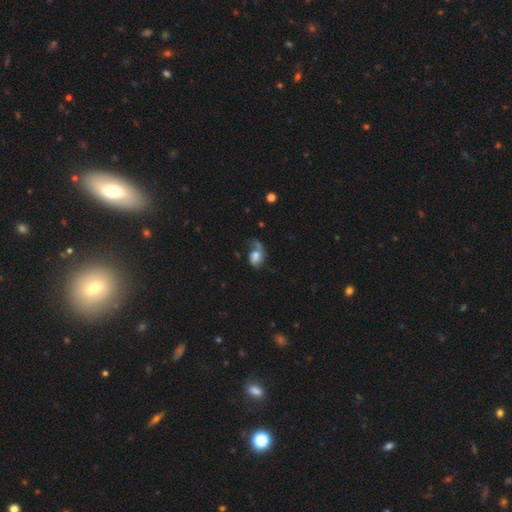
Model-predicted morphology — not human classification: smooth-or-featured: smooth: 49% | featured or disk: 41% | star or artifact: 10%
  merging: major disturbance: 37% | none: 29% | minor disturbance: 24% | merger: 10%